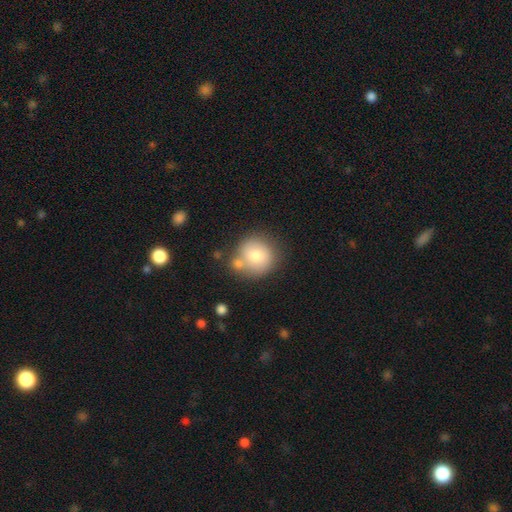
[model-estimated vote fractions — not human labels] This is likely a smooth galaxy (74%). How rounded: clearly round (90%). Merging: possibly none (59%).